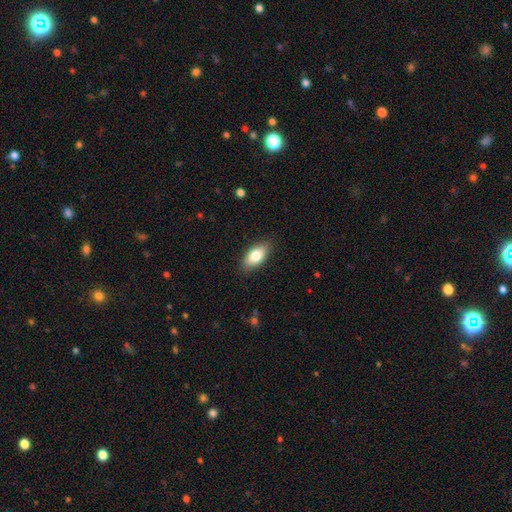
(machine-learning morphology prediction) Q: Smooth or featured?
A: smooth (77%); runner-up: featured or disk (16%)
Q: How rounded?
A: in between (87%); runner-up: cigar-shaped (8%)
Q: Merging?
A: none (86%); runner-up: minor disturbance (11%)